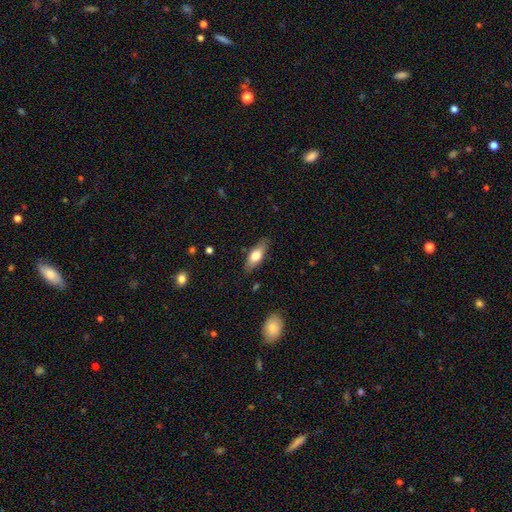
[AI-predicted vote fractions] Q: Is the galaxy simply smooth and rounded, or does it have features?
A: smooth — 68%.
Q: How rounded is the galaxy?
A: in between — 68%.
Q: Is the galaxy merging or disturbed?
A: none — 83%.